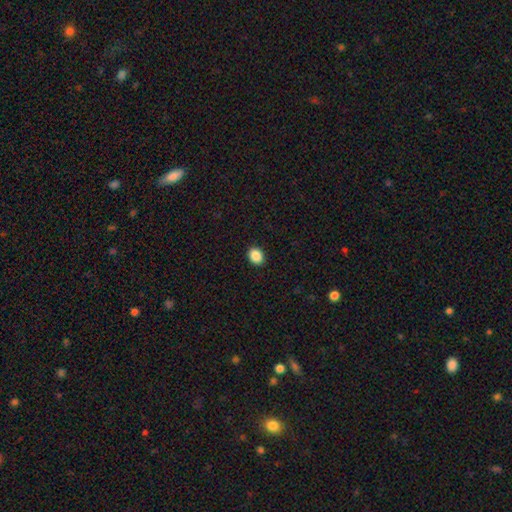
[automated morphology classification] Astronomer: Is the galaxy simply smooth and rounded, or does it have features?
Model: smooth — 89%.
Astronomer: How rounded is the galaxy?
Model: in between — 58% (runner-up: round, 41%).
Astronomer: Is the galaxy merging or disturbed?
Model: none — 91%.